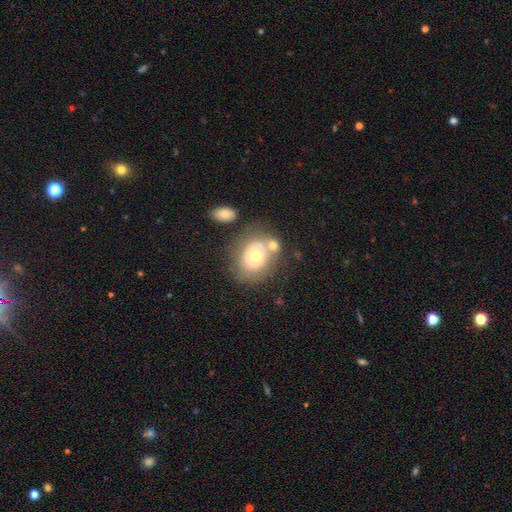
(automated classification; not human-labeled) Morphology: type=smooth (49%); merging=none (50%).